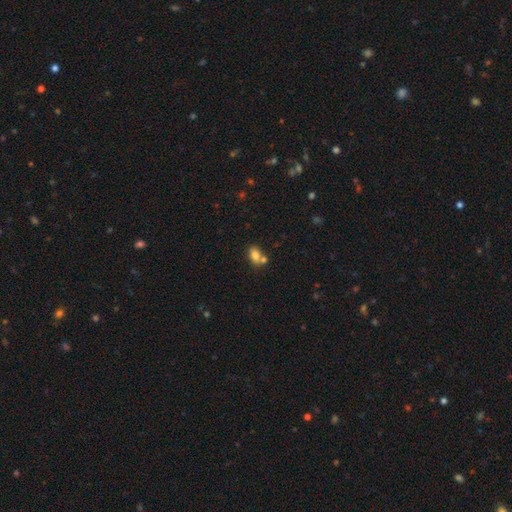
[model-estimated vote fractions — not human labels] Morphology: type=smooth (80%); roundness=in between (80%); merging=none (46%).